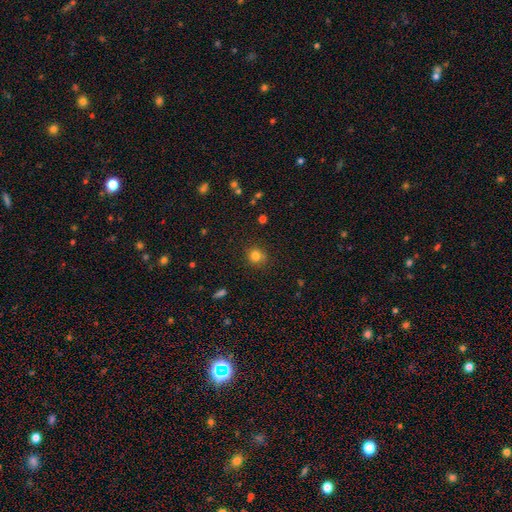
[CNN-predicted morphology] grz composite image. It shows a smooth galaxy with no disk features (81%) that is round (87%). Merging: none (86%).